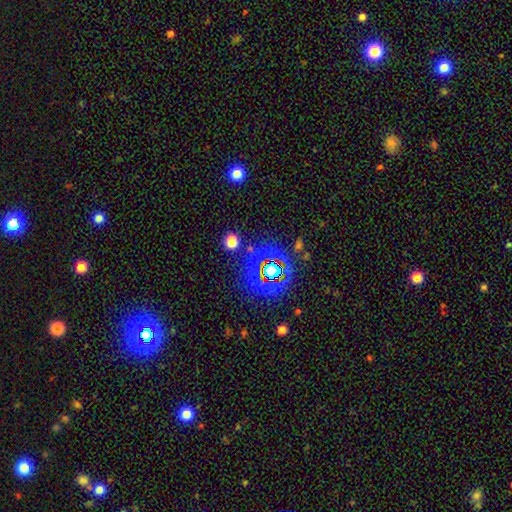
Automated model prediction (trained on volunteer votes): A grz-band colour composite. It shows a star or artifact, not a galaxy (64%).